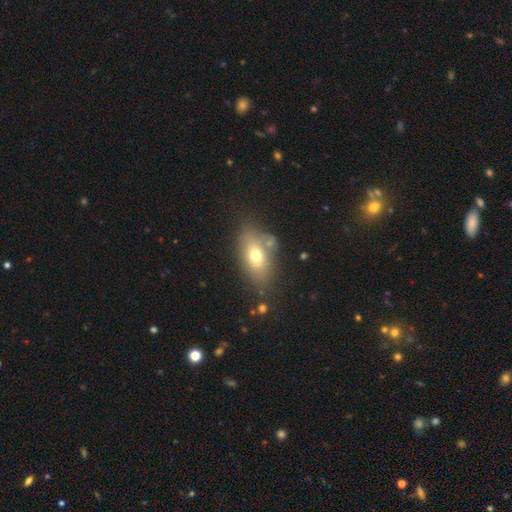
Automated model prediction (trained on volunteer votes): Smooth or featured? Predicted: smooth (p=0.67). How rounded? Predicted: in between (p=0.84). Merging? Predicted: none (p=0.63).